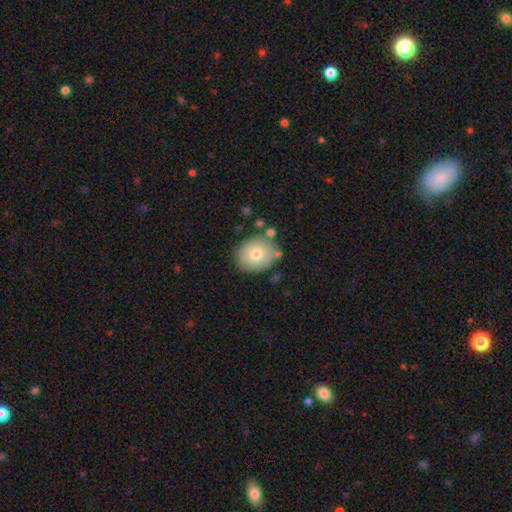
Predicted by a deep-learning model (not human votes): The model was most divided on "smooth or featured": smooth: 55%, featured or disk: 28%, star or artifact: 17%. More confident: merging — none (78%); how rounded — round (70%).